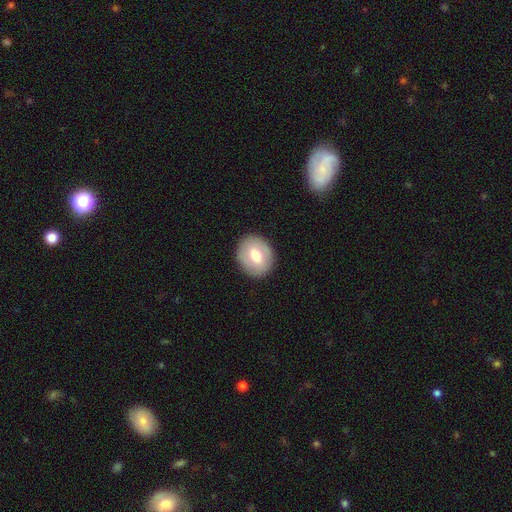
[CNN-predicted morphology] Overall: smooth (59%; featured or disk 34%). How rounded: round (56%; in between 43%). Merging: none (87%).